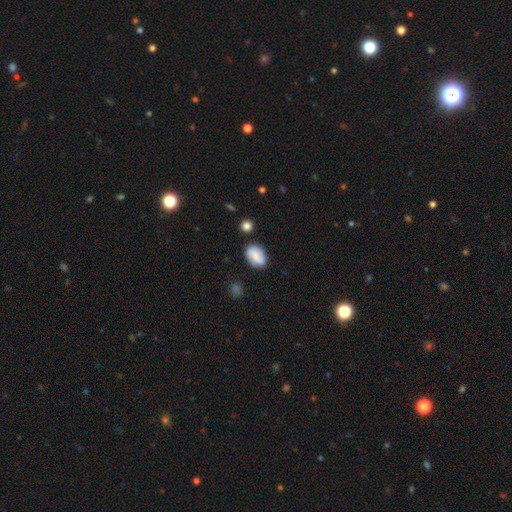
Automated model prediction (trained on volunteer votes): This is likely a smooth galaxy (77%). How rounded: clearly in between (83%). Merging: likely none (78%).